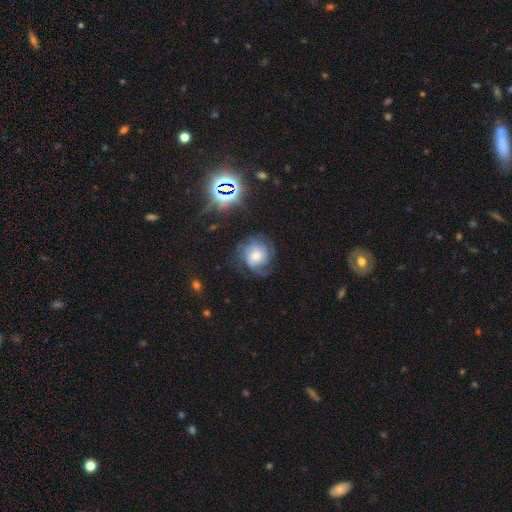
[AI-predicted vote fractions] smooth-or-featured: featured or disk: 61% | smooth: 27% | star or artifact: 12%
  disk-edge-on: no: 97% | yes: 3%
    bar: no: 74% | weak: 22% | strong: 4%
    has-spiral-arms: yes: 89% | no: 11%
      spiral-winding: tight: 52% | medium: 35% | loose: 13%
      spiral-arm-count: can't tell: 40% | 3: 22% | 2: 16% | 4: 11% | 1: 6% | more than 4: 5%
    bulge-size: moderate: 50% | small: 32% | large: 13% | none: 3% | dominant: 2%
  merging: none: 65% | minor disturbance: 20% | major disturbance: 14% | merger: 2%